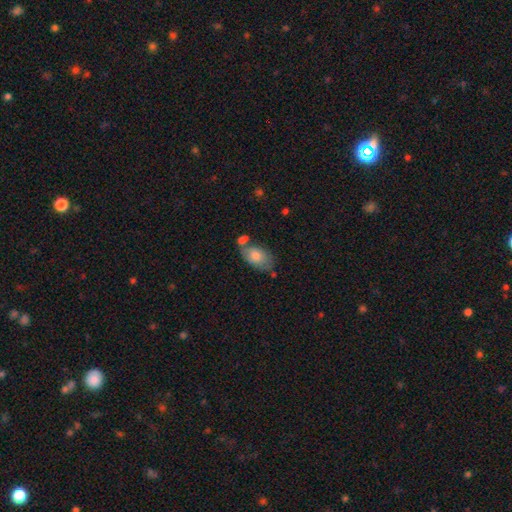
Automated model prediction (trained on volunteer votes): Smooth or featured?
  - smooth: 75% *
  - featured or disk: 18%
  - star or artifact: 7%
How rounded?
  - in between: 91% *
  - round: 7%
  - cigar-shaped: 2%
Merging?
  - none: 51% *
  - merger: 22%
  - minor disturbance: 21%
  - major disturbance: 6%